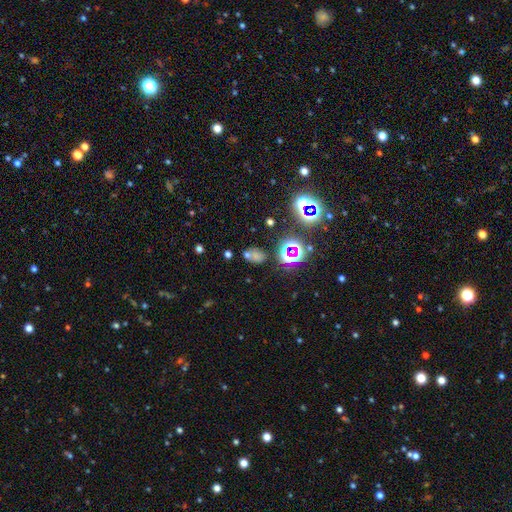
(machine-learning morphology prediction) This is possibly a smooth galaxy (52%). How rounded: likely in between (64%). Merging: possibly none (56%).